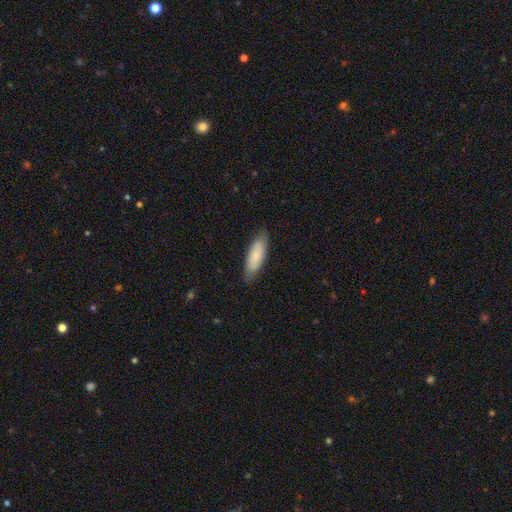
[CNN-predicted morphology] A smooth galaxy with no disk features (81%) that is in between round and cigar-shaped (57%).

Vote fractions:
- Smooth or featured? smooth: 81% / featured or disk: 14% / star or artifact: 6%
- How rounded? in between: 57% / cigar-shaped: 42% / round: 2%
- Merging? none: 82% / minor disturbance: 14% / major disturbance: 2% / merger: 1%